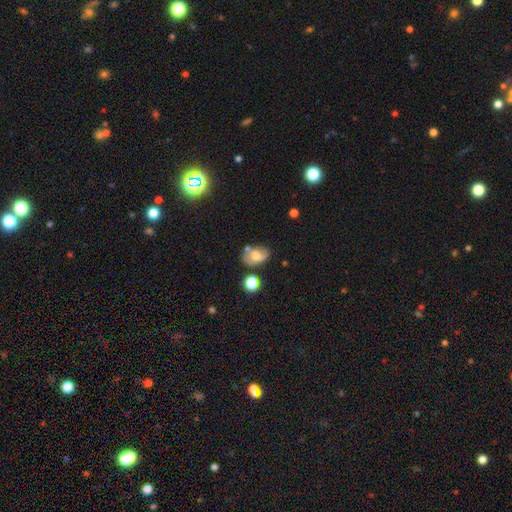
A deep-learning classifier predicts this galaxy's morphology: Overall: smooth (59%; featured or disk 30%). How rounded: in between (79%). Merging: none (58%; minor disturbance 23%).